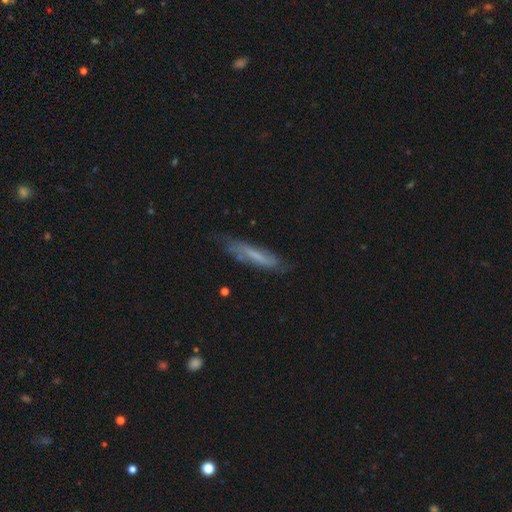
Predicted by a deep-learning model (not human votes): Overall: featured or disk (48%; smooth 44%). Merging: none (69%).